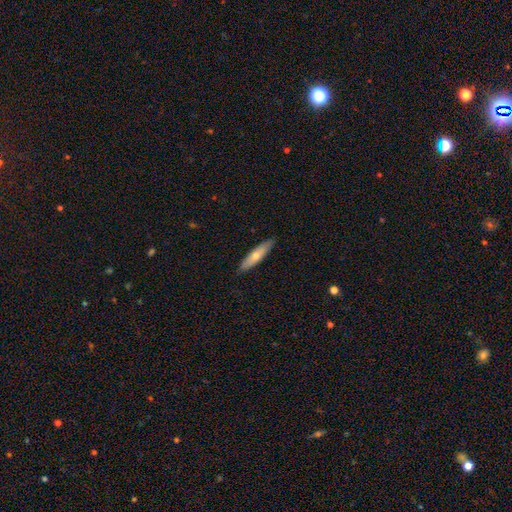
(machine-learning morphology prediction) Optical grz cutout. It shows a smooth galaxy with no disk features (57%) that is cigar-shaped (80%). Merging: none (89%).